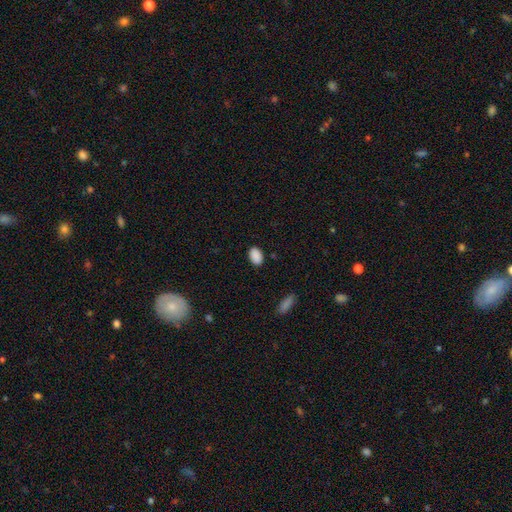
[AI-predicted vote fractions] smooth_or_featured: smooth (p=0.89) [alt: star or artifact p=0.08]
how_rounded: in between (p=0.87) [alt: round p=0.11]
merging: none (p=0.86) [alt: minor disturbance p=0.10]